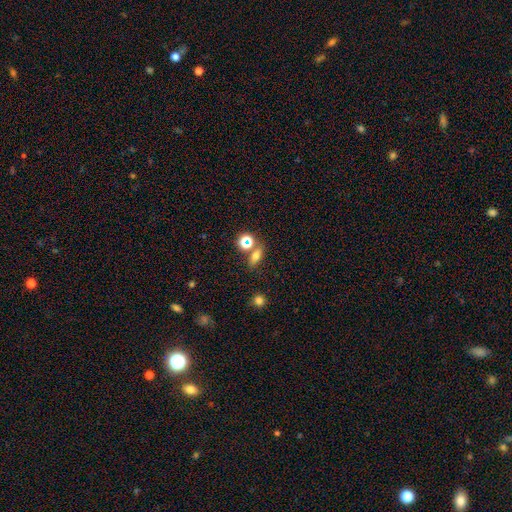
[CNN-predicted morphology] smooth 60%, star or artifact 22%, featured or disk 17%. Down the decision tree: how rounded — in between (59%); merging — none (72%).